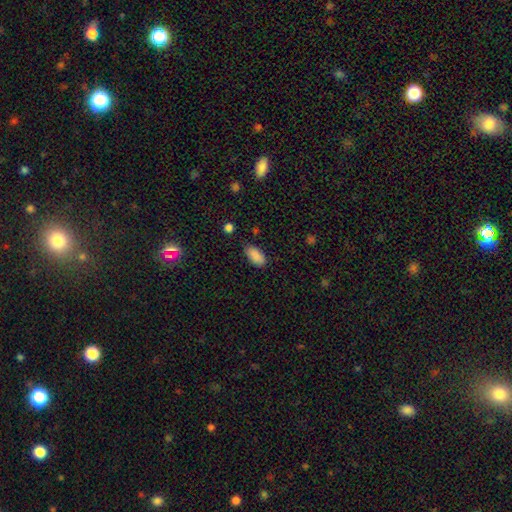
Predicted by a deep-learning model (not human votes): A smooth galaxy with no disk features (89%) that is in between round and cigar-shaped (93%). Merging: none (77%).